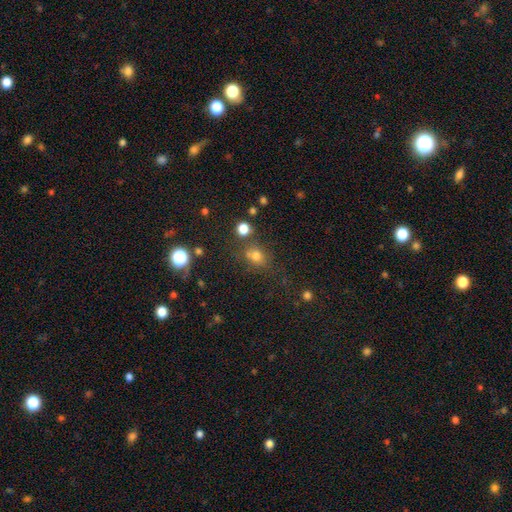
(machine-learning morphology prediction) Smooth or featured? smooth (72%)
How rounded? round (64%)
Merging? none (65%)